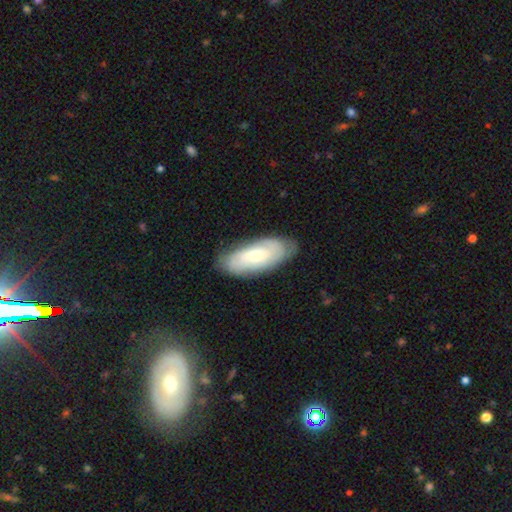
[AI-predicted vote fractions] A featured or disk galaxy (50%).

Vote fractions:
- Smooth or featured? featured or disk: 50% / smooth: 44% / star or artifact: 6%
- Merging? none: 79% / minor disturbance: 16% / major disturbance: 3% / merger: 1%